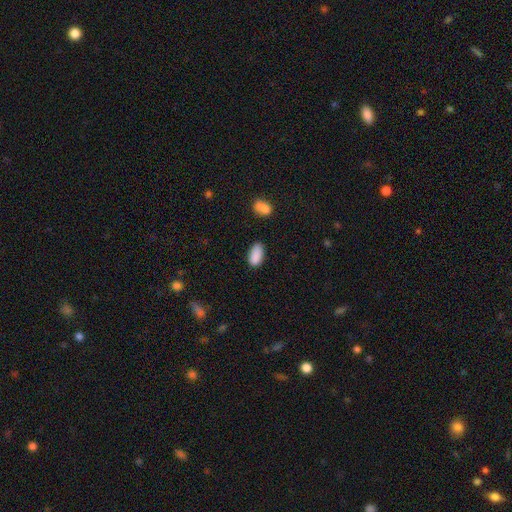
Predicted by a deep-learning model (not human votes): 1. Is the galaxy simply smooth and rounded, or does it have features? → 89% smooth, 8% star or artifact, 4% featured or disk.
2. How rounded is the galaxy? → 93% in between, 4% cigar-shaped, 3% round.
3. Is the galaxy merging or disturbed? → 76% none, 18% minor disturbance, 3% major disturbance, 3% merger.